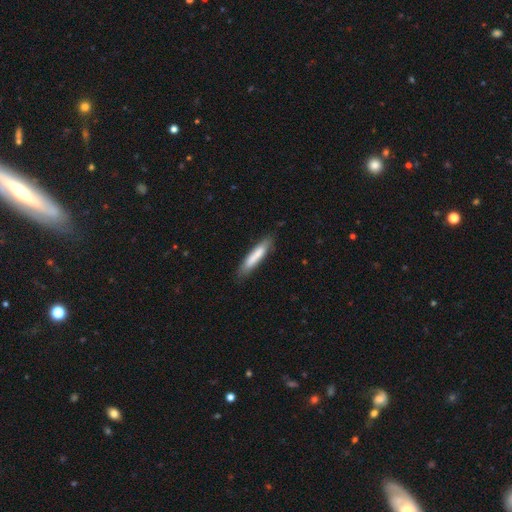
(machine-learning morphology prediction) smooth_or_featured: smooth (p=0.74) [alt: featured or disk p=0.20]
how_rounded: cigar-shaped (p=0.86) [alt: in between p=0.13]
merging: none (p=0.78) [alt: minor disturbance p=0.16]